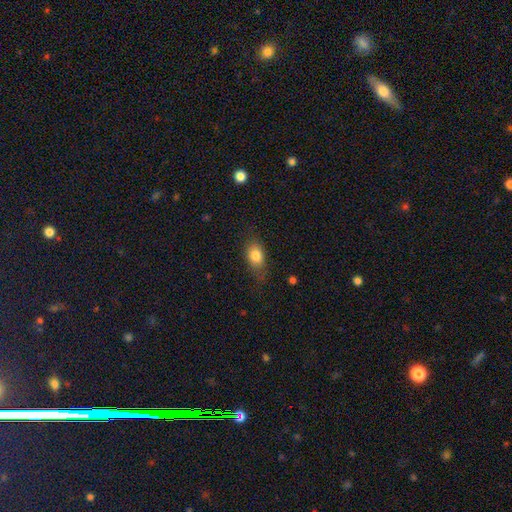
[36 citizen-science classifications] smooth_or_featured: smooth (p=0.83) [alt: featured or disk p=0.11]
how_rounded: in between (p=0.73) [alt: round p=0.17]
merging: none (p=0.79) [alt: minor disturbance p=0.18]